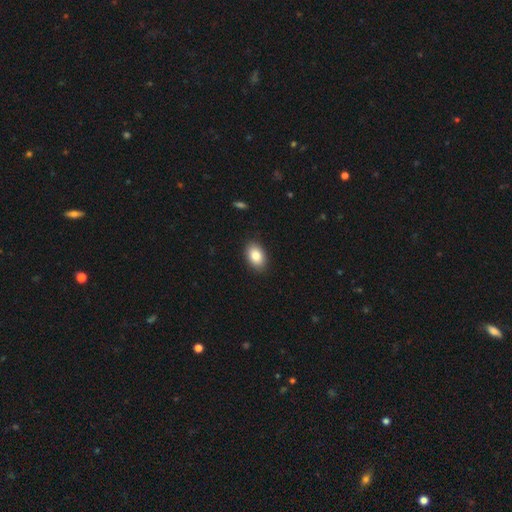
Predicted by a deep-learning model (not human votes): smooth-or-featured: smooth: 84% | featured or disk: 8% | star or artifact: 7%
  how-rounded: in between: 88% | round: 11% | cigar-shaped: 1%
  merging: none: 89% | minor disturbance: 8% | major disturbance: 2% | merger: 1%